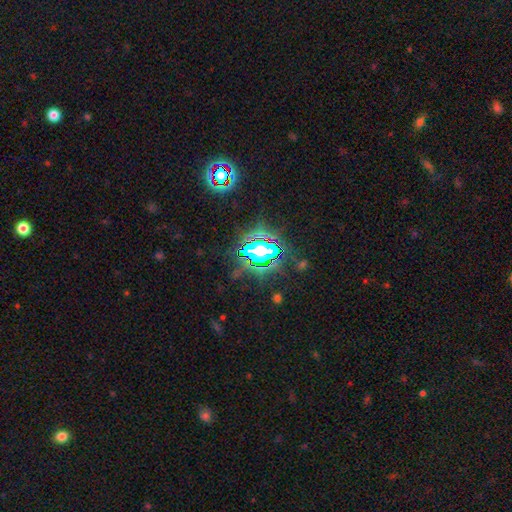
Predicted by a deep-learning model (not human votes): smooth_or_featured: star or artifact (p=0.73) [alt: smooth p=0.14]